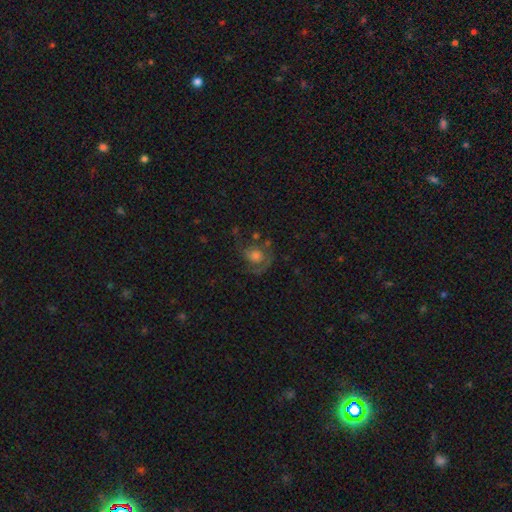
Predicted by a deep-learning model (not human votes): Morphology: type=featured or disk (57%); edge-on=no (97%); bar=no (76%); spiral arms=yes (83%); bulge=moderate (50%); merging=none (49%).